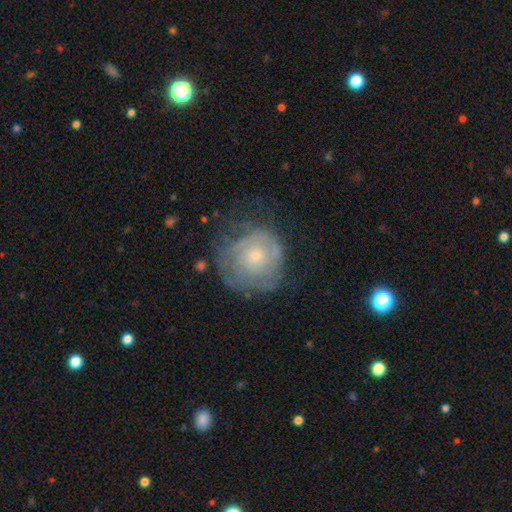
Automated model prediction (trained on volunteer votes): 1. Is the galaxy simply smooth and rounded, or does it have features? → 59% featured or disk, 33% smooth, 8% star or artifact.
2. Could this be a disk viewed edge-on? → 97% no, 3% yes.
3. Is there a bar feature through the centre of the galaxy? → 85% no, 13% weak, 2% strong.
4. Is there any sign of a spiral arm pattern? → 64% yes, 36% no.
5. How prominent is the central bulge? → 63% small, 32% moderate, 2% large, 2% none, 1% dominant.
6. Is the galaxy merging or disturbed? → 53% none, 25% minor disturbance, 19% major disturbance, 2% merger.